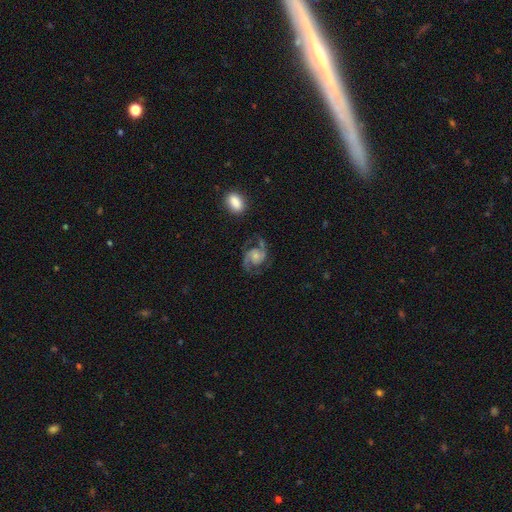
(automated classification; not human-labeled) Smooth or featured?
  - featured or disk: 87% *
  - smooth: 7%
  - star or artifact: 6%
Edge-on disk?
  - no: 98% *
  - yes: 2%
Bar?
  - no: 65% *
  - weak: 28%
  - strong: 7%
Spiral arms?
  - yes: 97% *
  - no: 3%
Spiral winding?
  - medium: 57% *
  - loose: 25%
  - tight: 18%
Spiral arm count?
  - 2: 92% *
  - can't tell: 2%
  - 3: 2%
  - 1: 2%
  - 4: 1%
  - more than 4: 1%
Bulge size?
  - small: 46% *
  - moderate: 28%
  - none: 15%
  - large: 9%
  - dominant: 2%
Merging?
  - none: 68% *
  - minor disturbance: 16%
  - major disturbance: 12%
  - merger: 4%